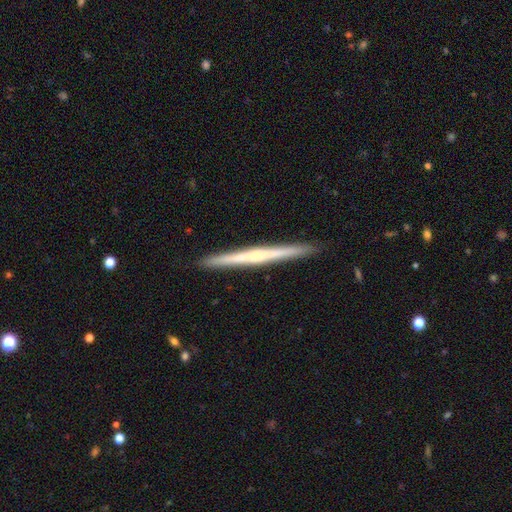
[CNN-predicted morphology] Smooth or featured? Predicted: featured or disk (p=0.64). Edge-on disk? Predicted: yes (p=0.98). Edge-on bulge? Predicted: none (p=0.57). Merging? Predicted: none (p=0.92).